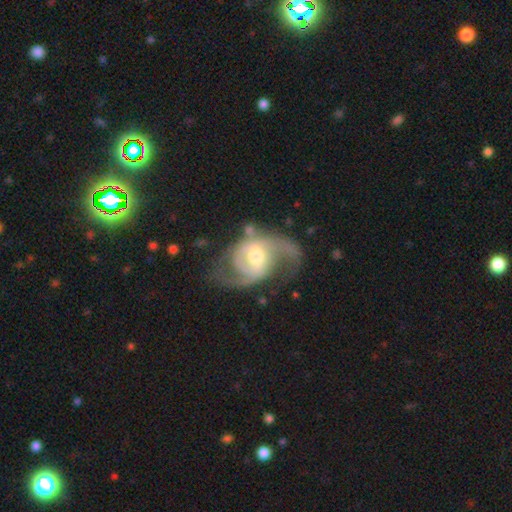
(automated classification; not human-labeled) smooth_or_featured: featured or disk (p=0.85) [alt: smooth p=0.10]
disk_edge_on: no (p=0.97) [alt: yes p=0.03]
bar: no (p=0.48) [alt: weak p=0.40]
has_spiral_arms: yes (p=0.93) [alt: no p=0.07]
spiral_winding: medium (p=0.49) [alt: loose p=0.31]
spiral_arm_count: 2 (p=0.77) [alt: 1 p=0.09]
bulge_size: moderate (p=0.65) [alt: small p=0.24]
merging: none (p=0.51) [alt: major disturbance p=0.24]